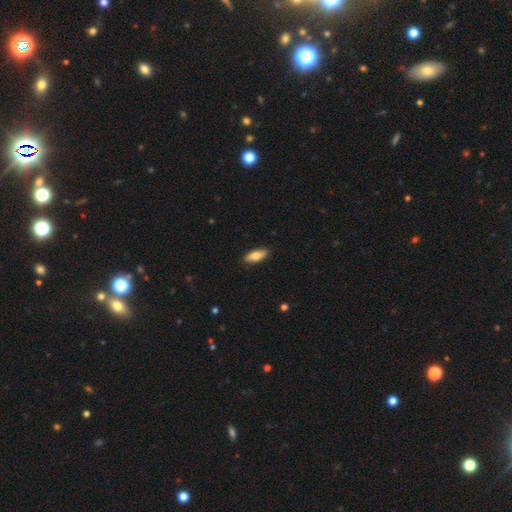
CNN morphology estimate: type=smooth (76%); roundness=in between (76%); merging=none (88%).